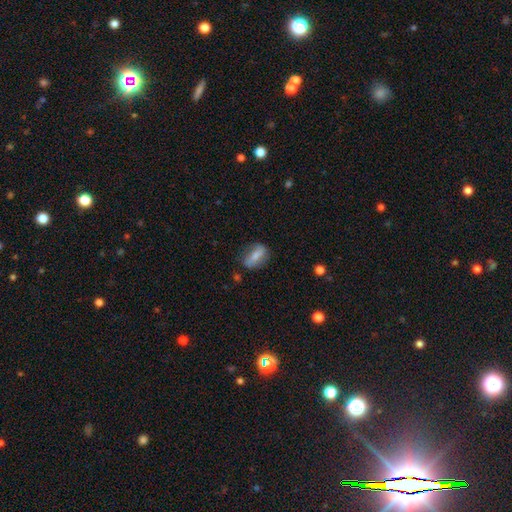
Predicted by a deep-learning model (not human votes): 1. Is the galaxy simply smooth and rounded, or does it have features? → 60% smooth, 32% featured or disk, 8% star or artifact.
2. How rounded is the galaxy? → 76% in between, 14% cigar-shaped, 10% round.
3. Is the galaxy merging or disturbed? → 68% none, 22% minor disturbance, 7% major disturbance, 2% merger.